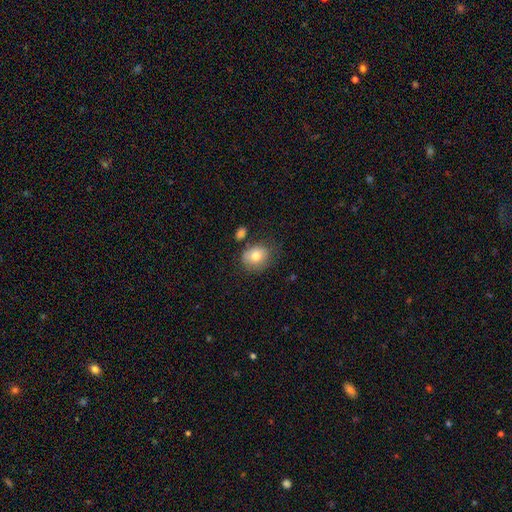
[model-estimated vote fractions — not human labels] This is likely a smooth galaxy (77%). How rounded: likely round (62%). Merging: likely none (62%).